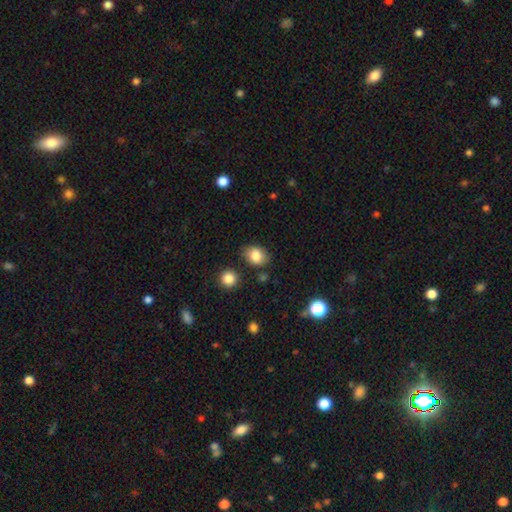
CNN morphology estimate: A smooth galaxy with no disk features (83%) that is in between round and cigar-shaped (61%). Merging: none (76%).